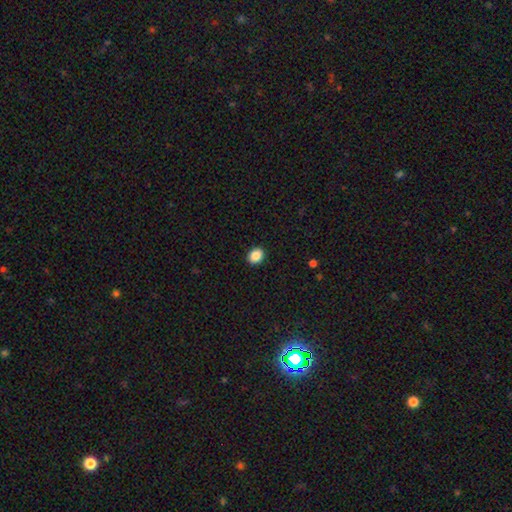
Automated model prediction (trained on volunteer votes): The model was most divided on "how rounded": round: 60%, in between: 39%, cigar-shaped: 1%. More confident: merging — none (92%); smooth or featured — smooth (88%).